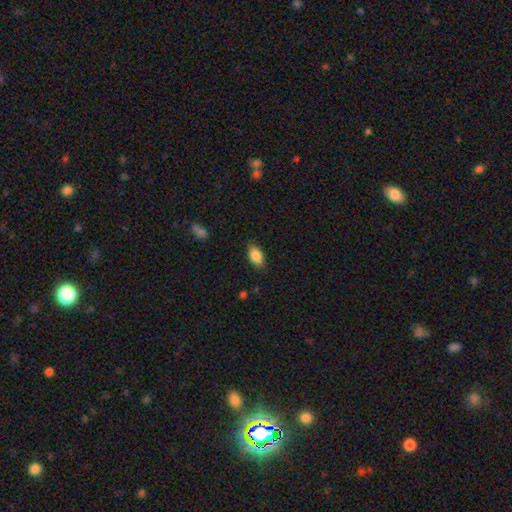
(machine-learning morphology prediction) This is clearly a smooth galaxy (85%). How rounded: clearly in between (90%). Merging: clearly none (84%).